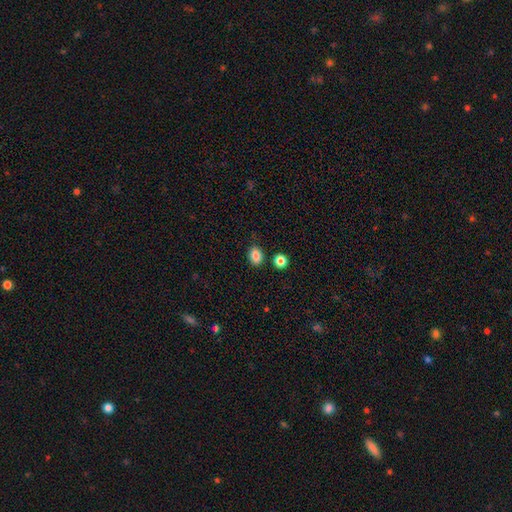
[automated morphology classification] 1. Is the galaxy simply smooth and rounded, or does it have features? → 86% smooth, 10% star or artifact, 4% featured or disk.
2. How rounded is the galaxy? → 61% in between, 38% round, 1% cigar-shaped.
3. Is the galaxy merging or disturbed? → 82% none, 10% minor disturbance, 5% merger, 3% major disturbance.